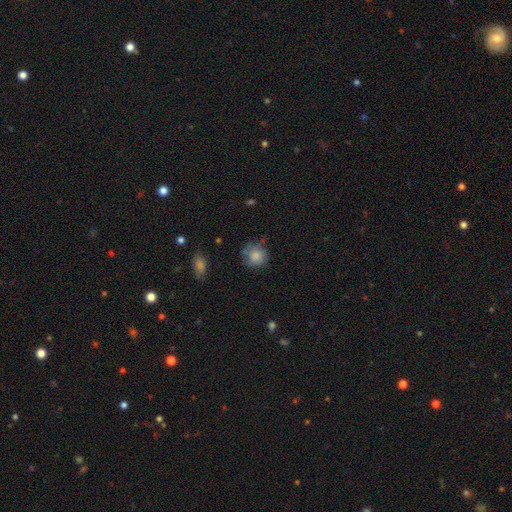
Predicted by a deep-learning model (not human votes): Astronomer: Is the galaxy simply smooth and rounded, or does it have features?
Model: smooth — 75%.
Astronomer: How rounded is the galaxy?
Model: round — 83%.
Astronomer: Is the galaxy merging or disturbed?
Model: none — 57%.